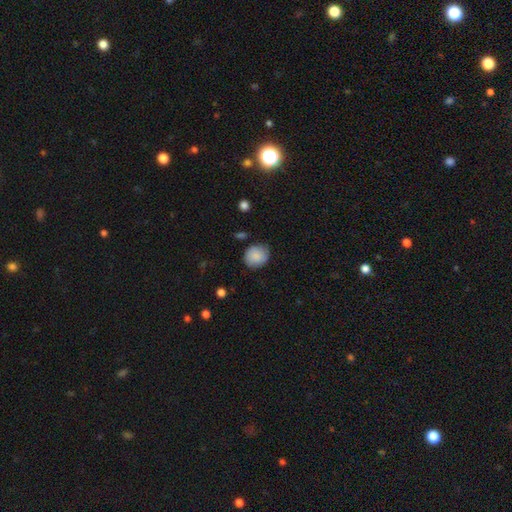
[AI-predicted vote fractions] Morphology: type=smooth (87%); roundness=round (74%); merging=none (79%).